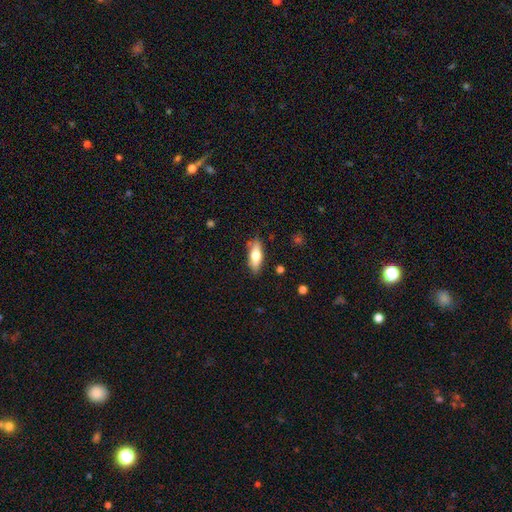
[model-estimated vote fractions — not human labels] Smooth or featured? smooth (66%)
How rounded? in between (66%)
Merging? none (83%)